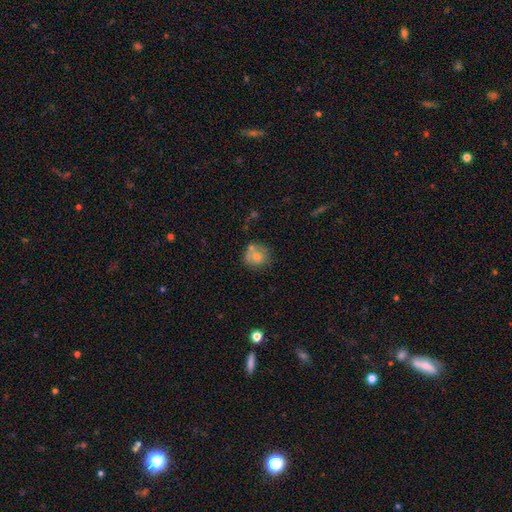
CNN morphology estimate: smooth 68%, featured or disk 23%, star or artifact 9%. Down the decision tree: how rounded — round (80%); merging — none (52%).